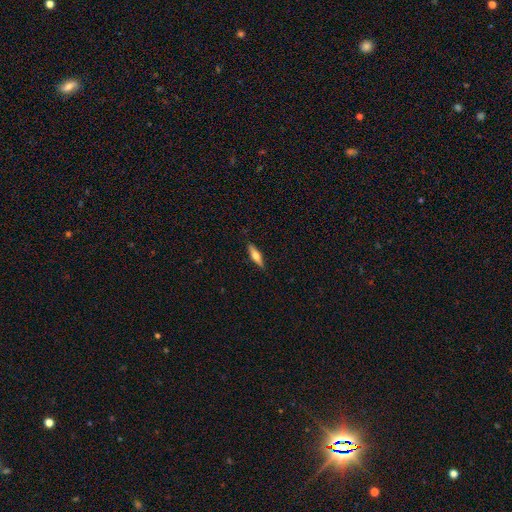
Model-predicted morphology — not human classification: Smooth or featured: smooth — 49% (featured or disk — 45%)
Merging: none — 88% (minor disturbance — 9%)